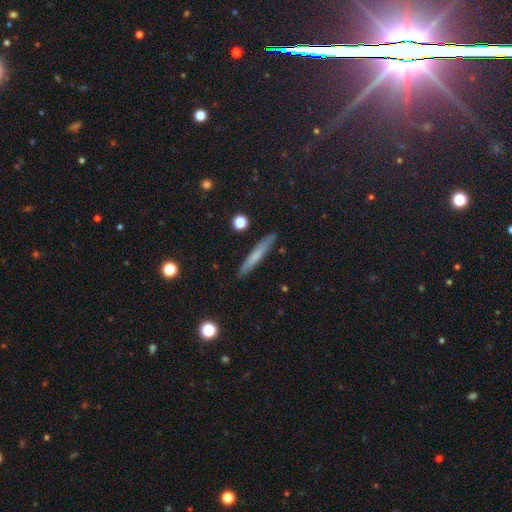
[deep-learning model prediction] smooth_or_featured: smooth (p=0.62) [alt: featured or disk p=0.30]
how_rounded: cigar-shaped (p=0.94) [alt: in between p=0.04]
merging: none (p=0.88) [alt: minor disturbance p=0.09]